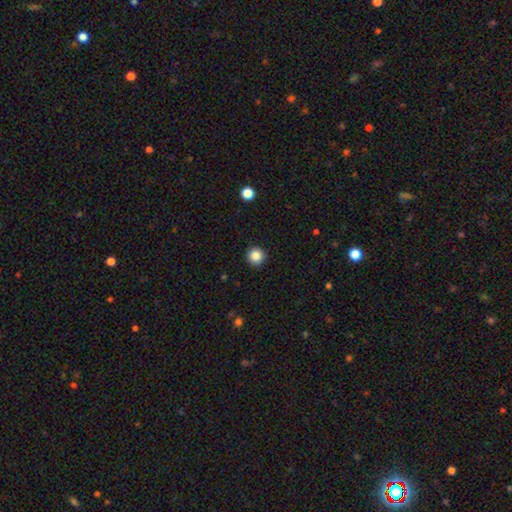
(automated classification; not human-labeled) This is clearly a smooth galaxy (86%). How rounded: clearly round (96%). Merging: clearly none (92%).